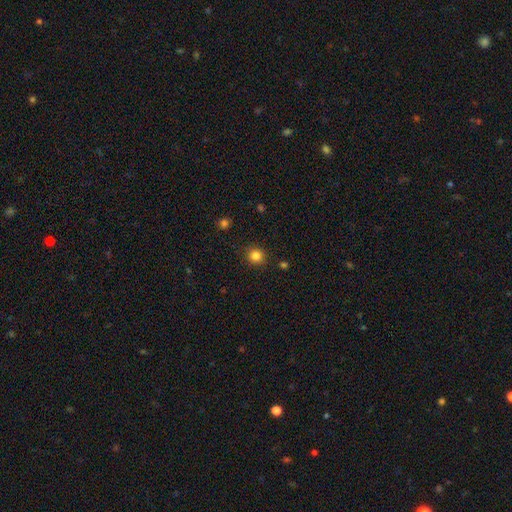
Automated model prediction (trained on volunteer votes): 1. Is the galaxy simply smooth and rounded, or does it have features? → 84% smooth, 12% star or artifact, 4% featured or disk.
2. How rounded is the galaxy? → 90% round, 9% in between, 1% cigar-shaped.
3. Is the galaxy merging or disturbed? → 89% none, 7% minor disturbance, 2% major disturbance, 2% merger.